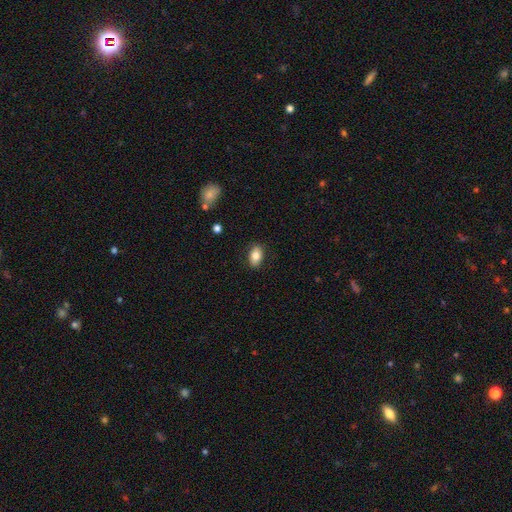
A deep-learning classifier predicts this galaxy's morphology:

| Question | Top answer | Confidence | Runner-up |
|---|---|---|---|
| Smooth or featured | smooth | 81% | featured or disk (11%) |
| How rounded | in between | 88% | round (10%) |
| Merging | none | 87% | minor disturbance (10%) |